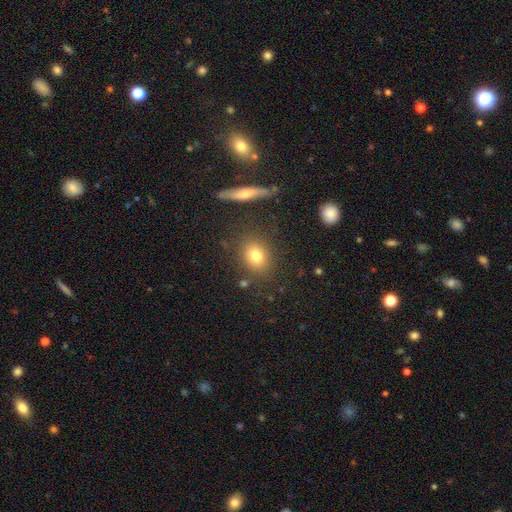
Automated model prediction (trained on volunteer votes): Morphology: type=smooth (77%); roundness=round (56%); merging=none (82%).